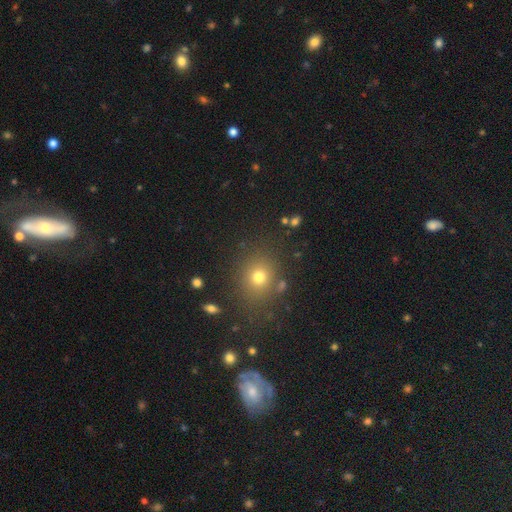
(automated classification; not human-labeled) This is possibly a smooth galaxy (54%). How rounded: likely round (69%). Merging: clearly none (80%).